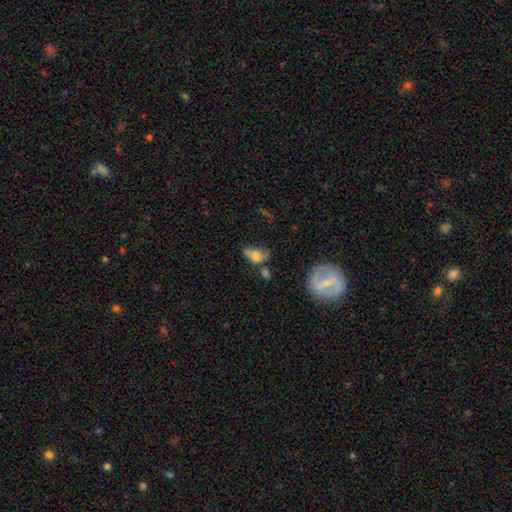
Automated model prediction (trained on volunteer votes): smooth-or-featured: smooth: 70% | featured or disk: 19% | star or artifact: 11%
  how-rounded: in between: 86% | round: 11% | cigar-shaped: 3%
  merging: none: 34% | minor disturbance: 30% | major disturbance: 19% | merger: 17%